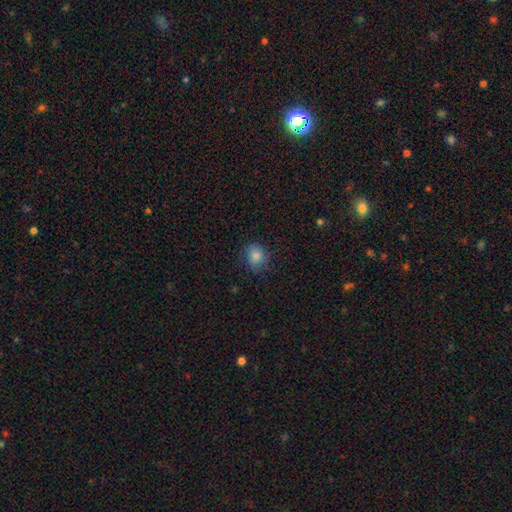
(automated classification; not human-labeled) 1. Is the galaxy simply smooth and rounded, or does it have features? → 83% smooth, 10% star or artifact, 7% featured or disk.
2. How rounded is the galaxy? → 65% round, 34% in between, 1% cigar-shaped.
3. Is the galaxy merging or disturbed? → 76% none, 18% minor disturbance, 5% major disturbance, 1% merger.